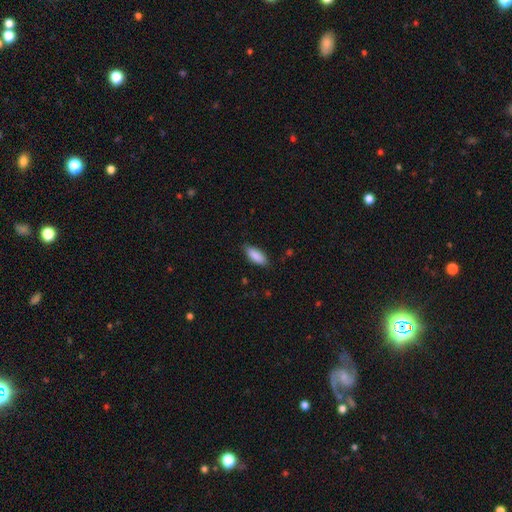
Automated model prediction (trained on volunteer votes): smooth 88%, star or artifact 6%, featured or disk 6%. Down the decision tree: how rounded — in between (77%); merging — none (82%).